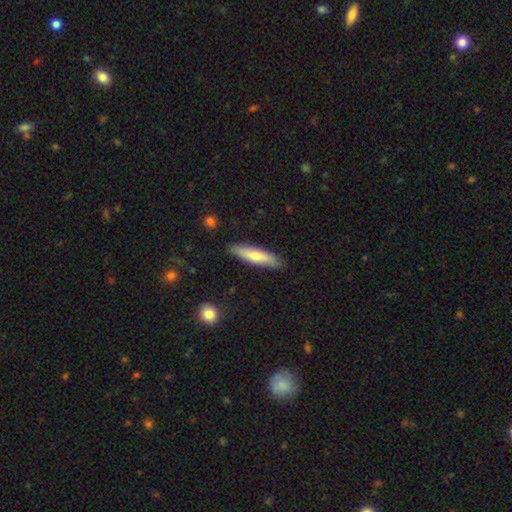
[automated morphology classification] Smooth or featured? Predicted: smooth (p=0.71). How rounded? Predicted: cigar-shaped (p=0.76). Merging? Predicted: none (p=0.87).